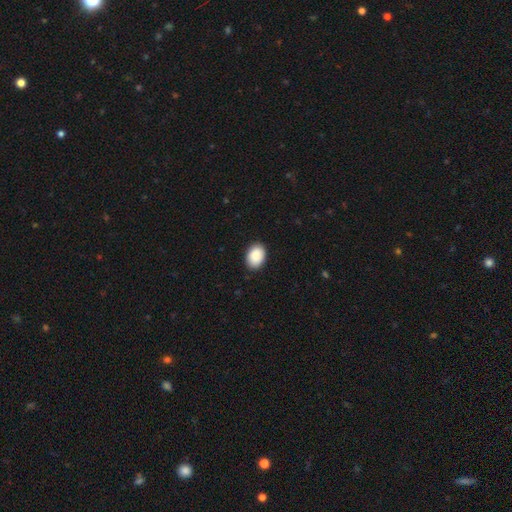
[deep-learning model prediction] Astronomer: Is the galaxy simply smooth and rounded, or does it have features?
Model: smooth — 91%.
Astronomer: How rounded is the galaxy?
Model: in between — 80%.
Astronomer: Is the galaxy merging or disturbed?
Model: none — 89%.